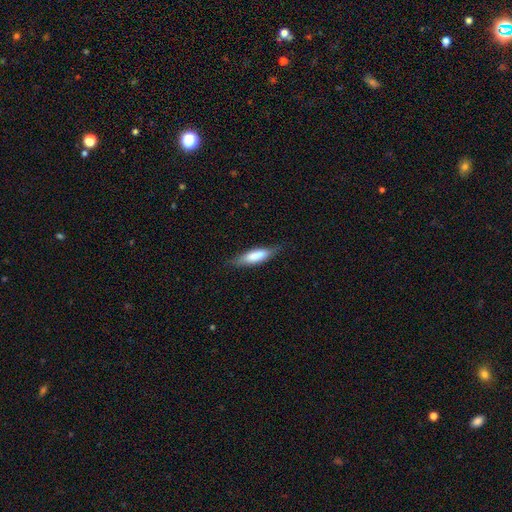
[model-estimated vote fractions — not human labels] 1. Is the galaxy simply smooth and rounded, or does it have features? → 69% smooth, 25% featured or disk, 6% star or artifact.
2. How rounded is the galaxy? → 63% cigar-shaped, 35% in between, 2% round.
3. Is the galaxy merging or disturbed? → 76% none, 18% minor disturbance, 4% major disturbance, 2% merger.